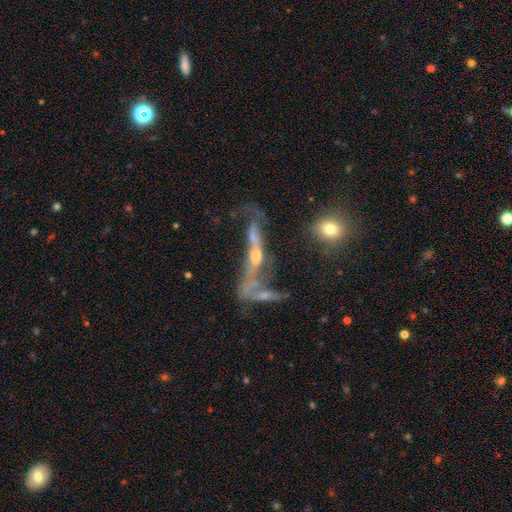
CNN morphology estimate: type=featured or disk (69%); edge-on=no (51%); merging=merger (38%).